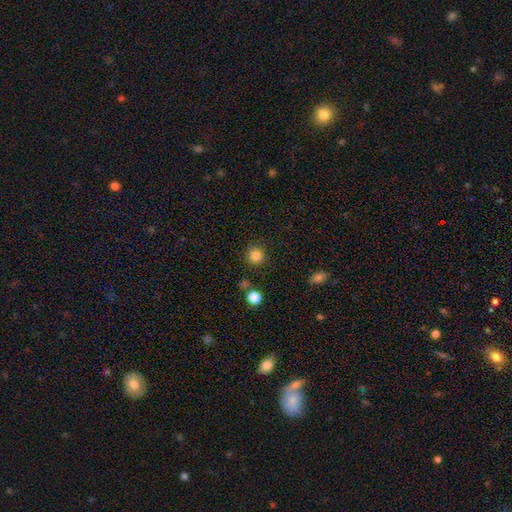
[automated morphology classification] smooth 84%, star or artifact 12%, featured or disk 4%. Down the decision tree: how rounded — round (92%); merging — none (85%).